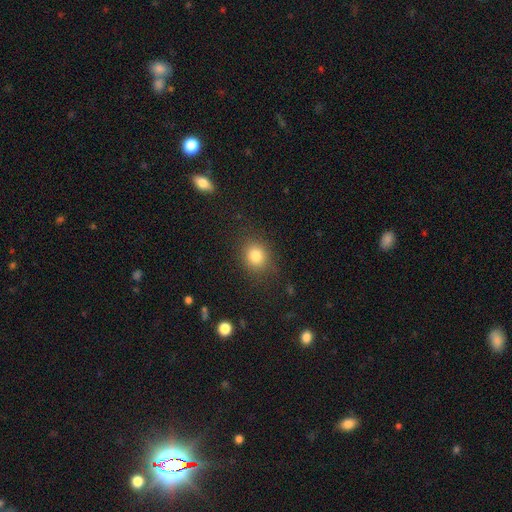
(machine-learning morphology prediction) This is clearly a smooth galaxy (82%). How rounded: likely round (74%). Merging: clearly none (84%).